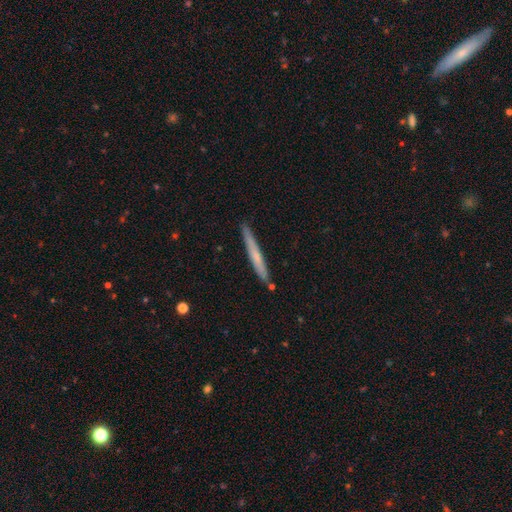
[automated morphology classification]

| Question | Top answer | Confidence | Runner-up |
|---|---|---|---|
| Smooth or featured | smooth | 55% | featured or disk (40%) |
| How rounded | cigar-shaped | 97% | in between (2%) |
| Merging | none | 87% | minor disturbance (9%) |